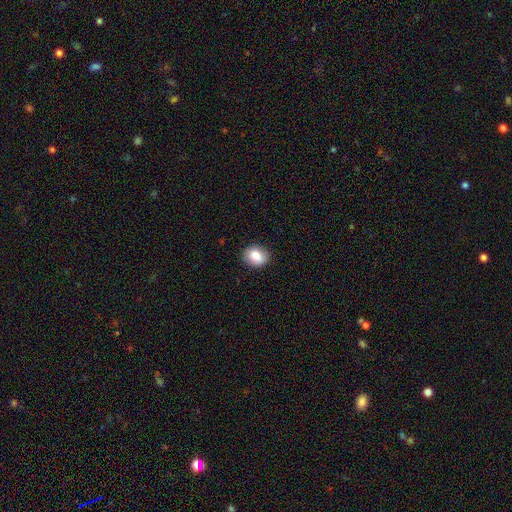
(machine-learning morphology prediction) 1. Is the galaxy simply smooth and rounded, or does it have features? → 82% smooth, 9% featured or disk, 9% star or artifact.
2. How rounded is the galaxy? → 58% round, 41% in between, 1% cigar-shaped.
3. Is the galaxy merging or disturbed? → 89% none, 8% minor disturbance, 2% major disturbance, 1% merger.